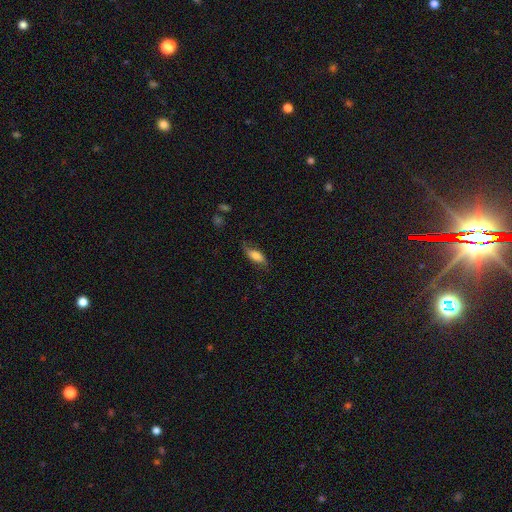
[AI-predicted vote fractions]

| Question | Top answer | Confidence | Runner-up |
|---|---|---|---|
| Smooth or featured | smooth | 62% | featured or disk (30%) |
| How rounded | in between | 73% | cigar-shaped (24%) |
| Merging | none | 64% | minor disturbance (25%) |